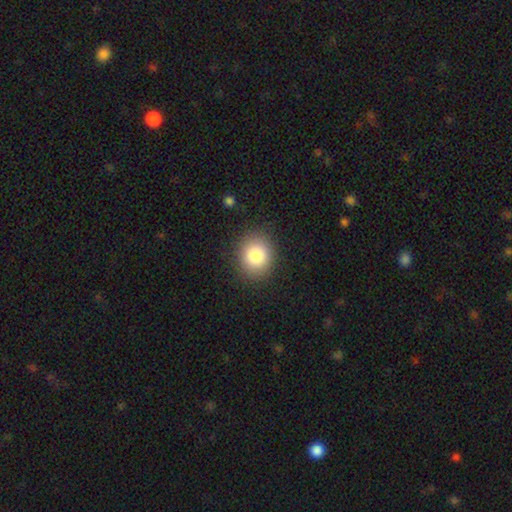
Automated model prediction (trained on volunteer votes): This appears to be a smooth galaxy with no disk features (84%) that is round (73%). Merging: none (88%).